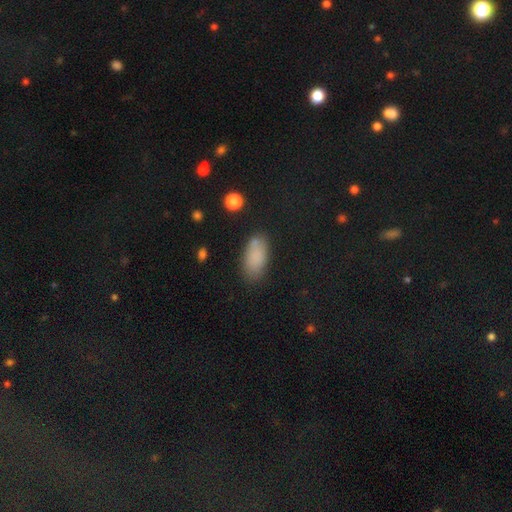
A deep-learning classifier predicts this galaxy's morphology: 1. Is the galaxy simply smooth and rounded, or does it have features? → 84% smooth, 9% star or artifact, 7% featured or disk.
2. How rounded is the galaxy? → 90% in between, 6% cigar-shaped, 3% round.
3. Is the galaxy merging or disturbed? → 74% none, 16% minor disturbance, 5% merger, 5% major disturbance.